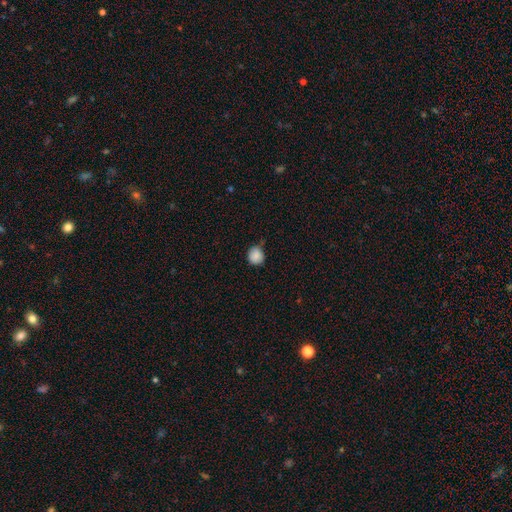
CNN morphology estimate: Q: Smooth or featured?
A: smooth (88%); runner-up: star or artifact (9%)
Q: How rounded?
A: round (87%); runner-up: in between (12%)
Q: Merging?
A: none (75%); runner-up: minor disturbance (19%)